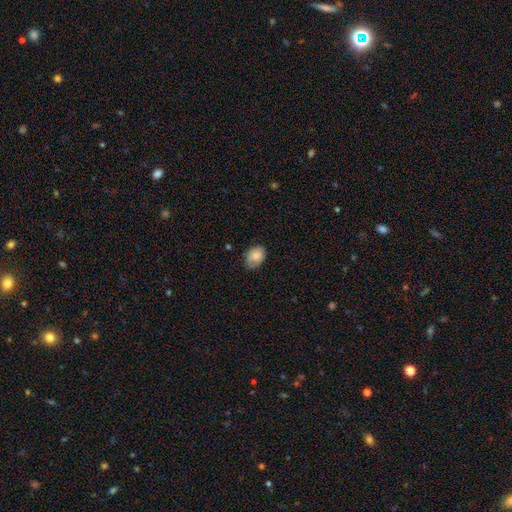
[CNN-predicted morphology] Smooth or featured? Predicted: smooth (p=0.79). How rounded? Predicted: in between (p=0.69). Merging? Predicted: none (p=0.67).